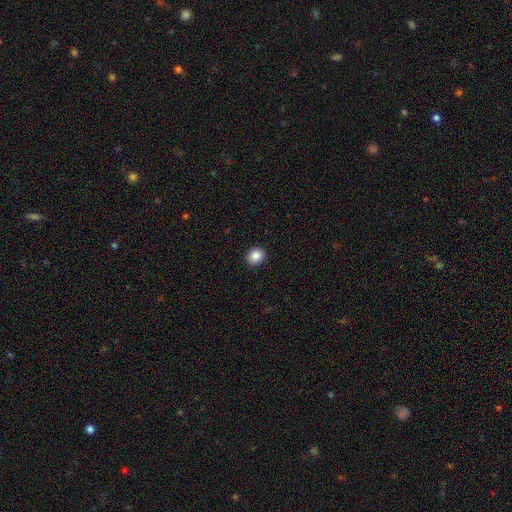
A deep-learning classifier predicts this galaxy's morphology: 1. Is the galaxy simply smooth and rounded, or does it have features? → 87% smooth, 9% star or artifact, 4% featured or disk.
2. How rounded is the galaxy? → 72% round, 28% in between, 1% cigar-shaped.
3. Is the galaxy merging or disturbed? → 92% none, 6% minor disturbance, 2% major disturbance, 1% merger.